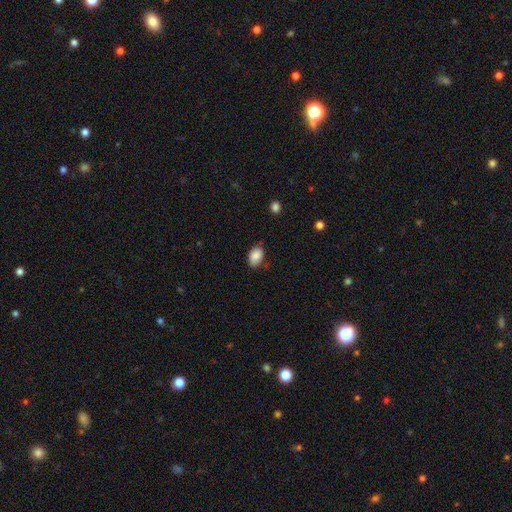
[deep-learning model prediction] Q: Smooth or featured?
A: smooth (87%); runner-up: star or artifact (7%)
Q: How rounded?
A: in between (87%); runner-up: round (12%)
Q: Merging?
A: none (74%); runner-up: minor disturbance (20%)